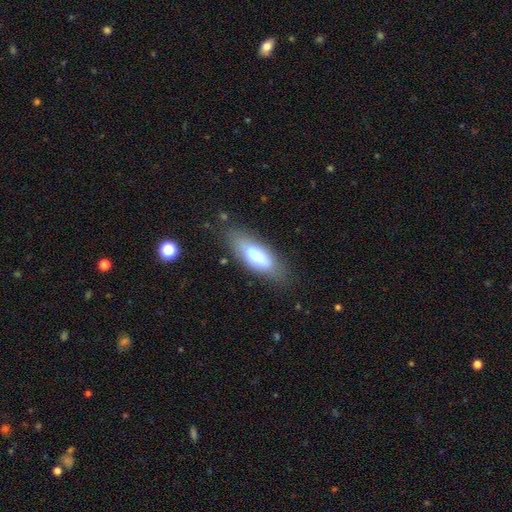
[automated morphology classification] The model was most divided on "how rounded": in between: 67%, cigar-shaped: 31%, round: 2%. More confident: merging — none (77%); smooth or featured — smooth (70%).